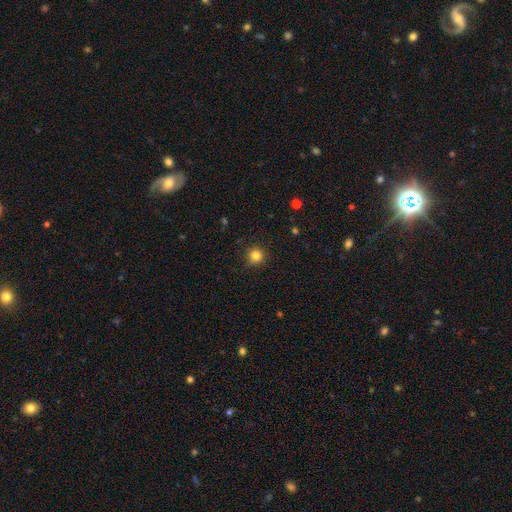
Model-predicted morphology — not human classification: Overall: smooth (82%). How rounded: round (93%). Merging: none (87%).